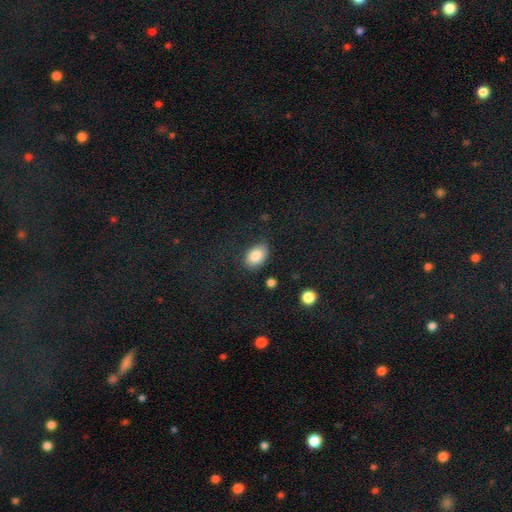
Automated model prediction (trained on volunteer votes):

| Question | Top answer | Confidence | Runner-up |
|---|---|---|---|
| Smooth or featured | smooth | 86% | star or artifact (8%) |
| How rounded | in between | 86% | round (13%) |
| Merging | none | 75% | minor disturbance (18%) |